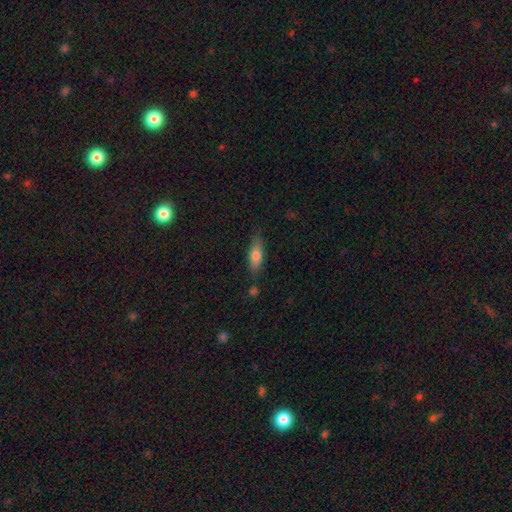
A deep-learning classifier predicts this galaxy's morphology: type=smooth (73%); roundness=in between (57%); merging=none (72%).